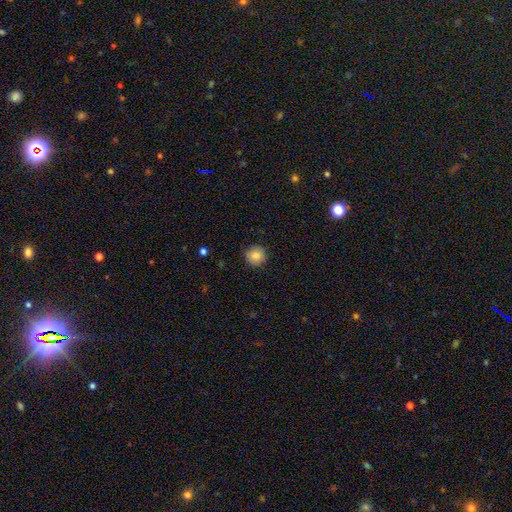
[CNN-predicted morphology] smooth 85%, star or artifact 9%, featured or disk 6%. Down the decision tree: how rounded — round (94%); merging — none (89%).